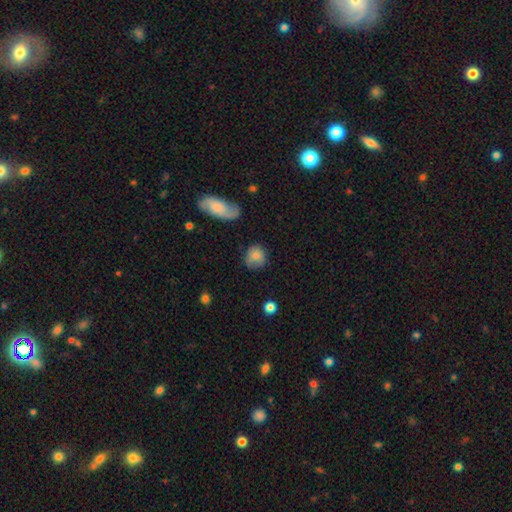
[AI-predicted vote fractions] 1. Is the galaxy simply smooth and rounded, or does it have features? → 76% smooth, 16% featured or disk, 8% star or artifact.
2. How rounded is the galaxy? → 72% round, 27% in between, 1% cigar-shaped.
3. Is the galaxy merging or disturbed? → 66% none, 24% minor disturbance, 8% major disturbance, 2% merger.